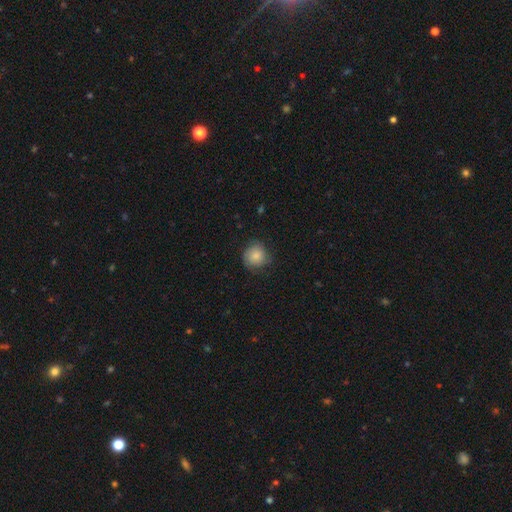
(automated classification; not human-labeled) Smooth or featured? smooth (83%)
How rounded? round (88%)
Merging? none (75%)